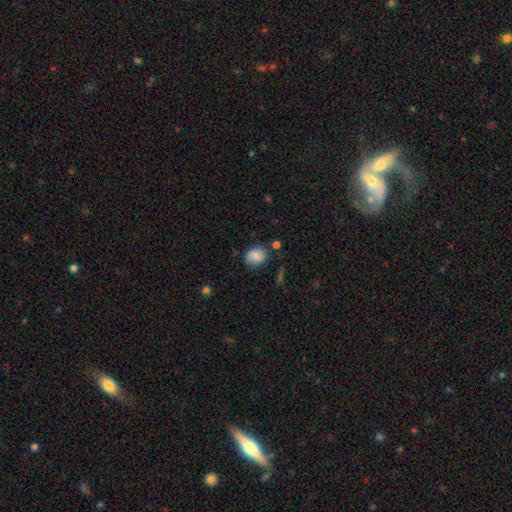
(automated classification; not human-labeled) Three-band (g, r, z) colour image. It shows a smooth galaxy with no disk features (81%) that is round (58%). Merging: none (70%).